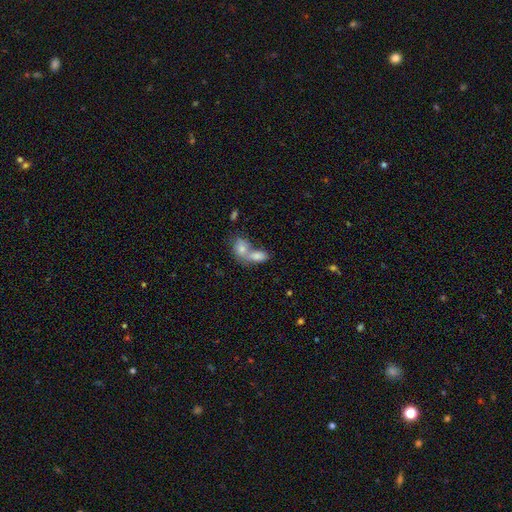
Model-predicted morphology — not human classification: smooth 79%, featured or disk 14%, star or artifact 8%. Down the decision tree: how rounded — in between (85%); merging — merger (72%).